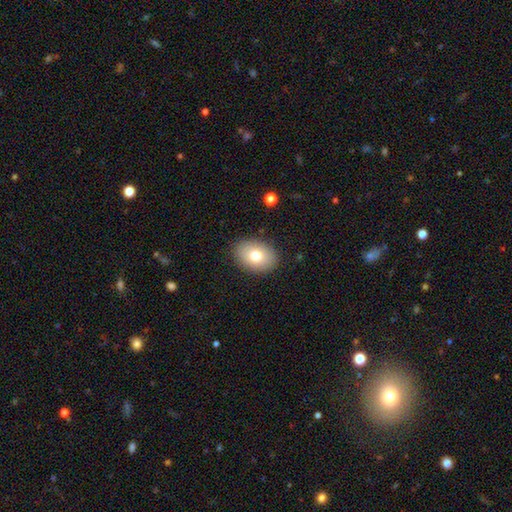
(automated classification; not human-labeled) smooth_or_featured: smooth (p=0.76) [alt: featured or disk p=0.15]
how_rounded: in between (p=0.79) [alt: round p=0.20]
merging: none (p=0.88) [alt: minor disturbance p=0.09]